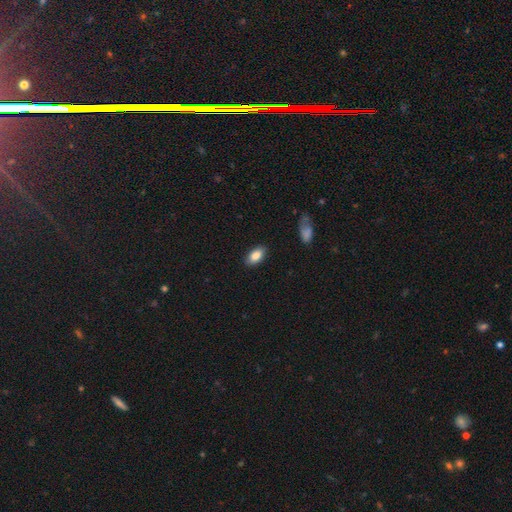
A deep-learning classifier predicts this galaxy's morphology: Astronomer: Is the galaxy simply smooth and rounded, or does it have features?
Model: smooth — 86%.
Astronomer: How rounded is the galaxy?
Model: in between — 92%.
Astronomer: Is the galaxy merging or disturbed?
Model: none — 87%.